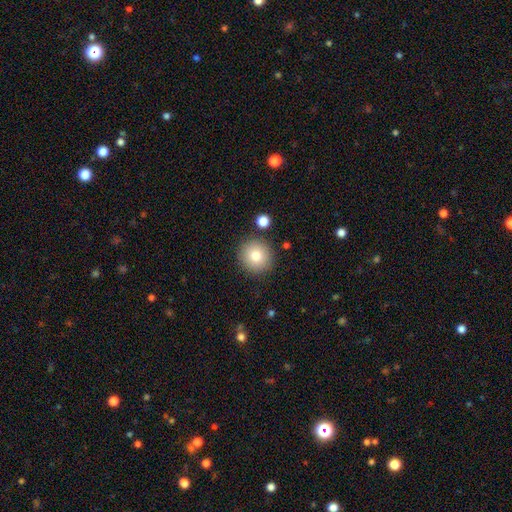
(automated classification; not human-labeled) smooth-or-featured: smooth: 80% | star or artifact: 10% | featured or disk: 10%
  how-rounded: round: 93% | in between: 6% | cigar-shaped: 1%
  merging: none: 87% | minor disturbance: 7% | merger: 3% | major disturbance: 2%